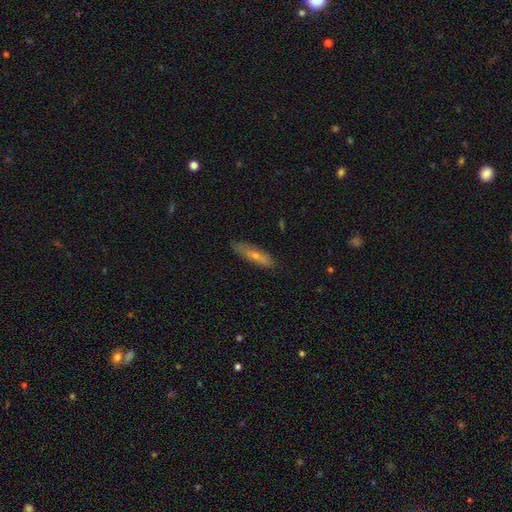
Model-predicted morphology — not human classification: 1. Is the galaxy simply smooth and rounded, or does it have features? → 55% smooth, 37% featured or disk, 8% star or artifact.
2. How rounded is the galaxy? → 77% cigar-shaped, 21% in between, 2% round.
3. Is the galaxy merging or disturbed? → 85% none, 12% minor disturbance, 2% major disturbance, 1% merger.